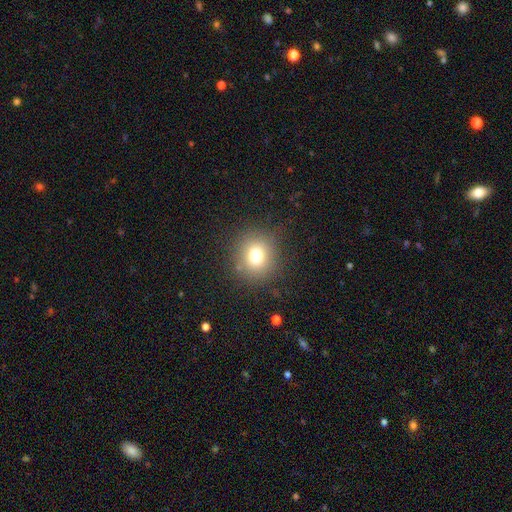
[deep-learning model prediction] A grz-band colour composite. It shows a smooth galaxy with no disk features (75%) that is round (87%). Merging: none (86%).